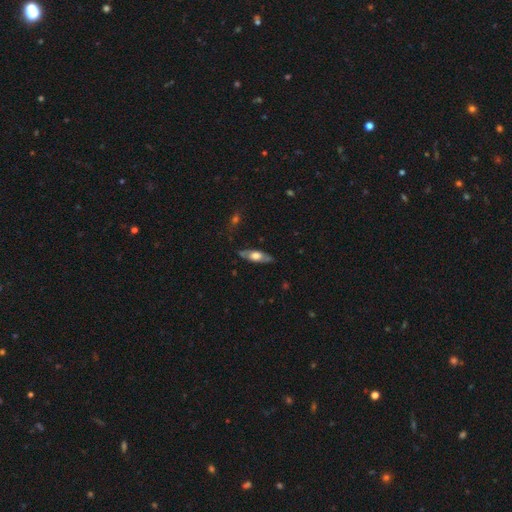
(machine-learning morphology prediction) This appears to be a featured or disk galaxy (49%). Merging: none (77%).